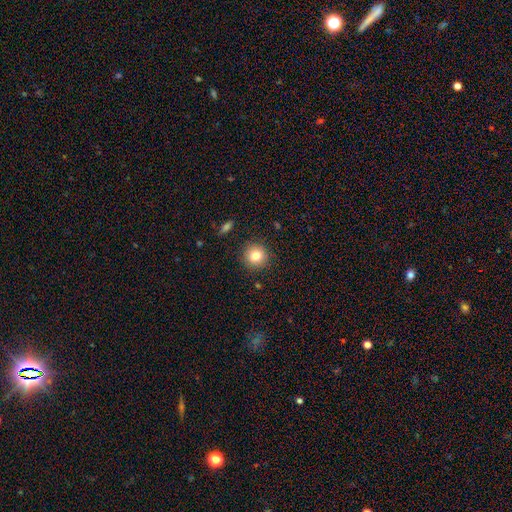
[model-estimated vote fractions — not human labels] Smooth or featured?
  - smooth: 81% *
  - star or artifact: 11%
  - featured or disk: 8%
How rounded?
  - round: 93% *
  - in between: 6%
  - cigar-shaped: 1%
Merging?
  - none: 90% *
  - minor disturbance: 7%
  - major disturbance: 2%
  - merger: 1%